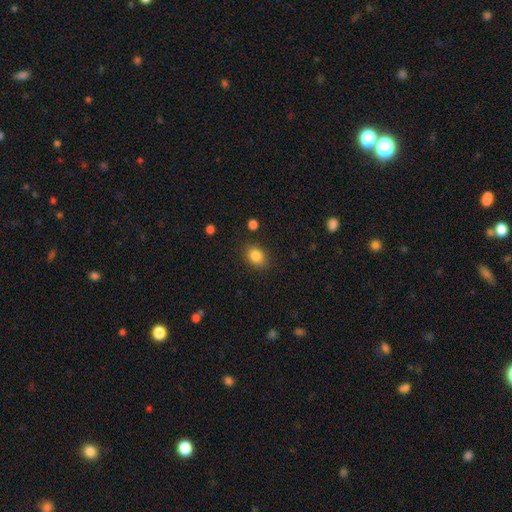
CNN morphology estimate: A smooth galaxy with no disk features (85%) that is in between round and cigar-shaped (60%).

Vote fractions:
- Smooth or featured? smooth: 85% / star or artifact: 10% / featured or disk: 6%
- How rounded? in between: 60% / round: 39% / cigar-shaped: 1%
- Merging? none: 85% / minor disturbance: 10% / major disturbance: 3% / merger: 2%